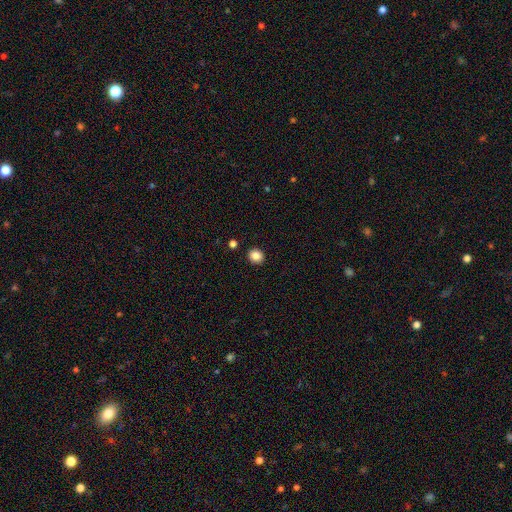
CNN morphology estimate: smooth_or_featured: smooth (p=0.86) [alt: star or artifact p=0.10]
how_rounded: round (p=0.81) [alt: in between p=0.19]
merging: none (p=0.91) [alt: minor disturbance p=0.05]